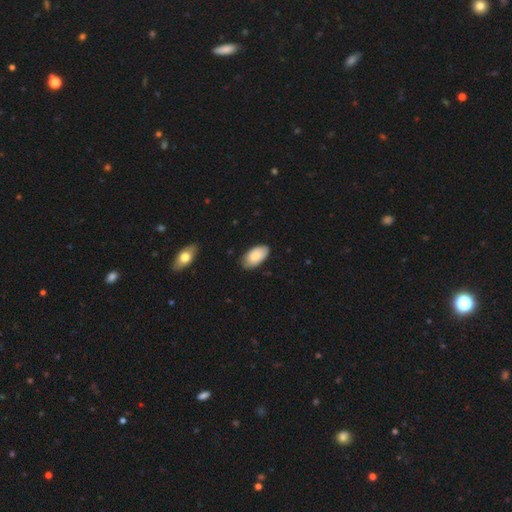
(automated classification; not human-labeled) This is clearly a smooth galaxy (81%). How rounded: clearly in between (96%). Merging: likely none (79%).